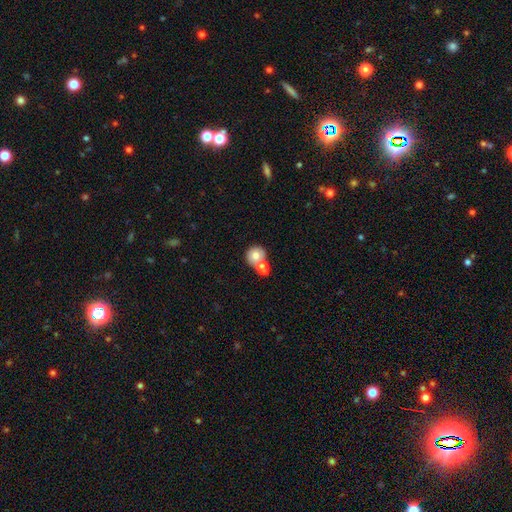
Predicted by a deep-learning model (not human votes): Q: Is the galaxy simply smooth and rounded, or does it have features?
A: smooth — 70%.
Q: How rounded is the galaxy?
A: round — 80%.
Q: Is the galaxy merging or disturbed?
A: merger — 56%.